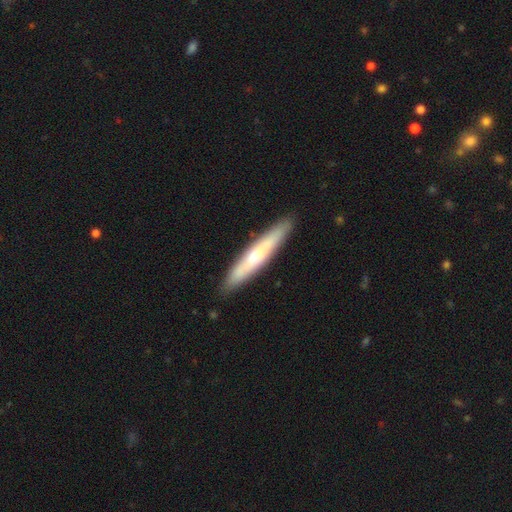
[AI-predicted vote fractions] A smooth galaxy with no disk features (60%) that is cigar-shaped (93%).

Vote fractions:
- Smooth or featured? smooth: 60% / featured or disk: 35% / star or artifact: 5%
- How rounded? cigar-shaped: 93% / in between: 6% / round: 1%
- Merging? none: 89% / minor disturbance: 8% / major disturbance: 2% / merger: 1%